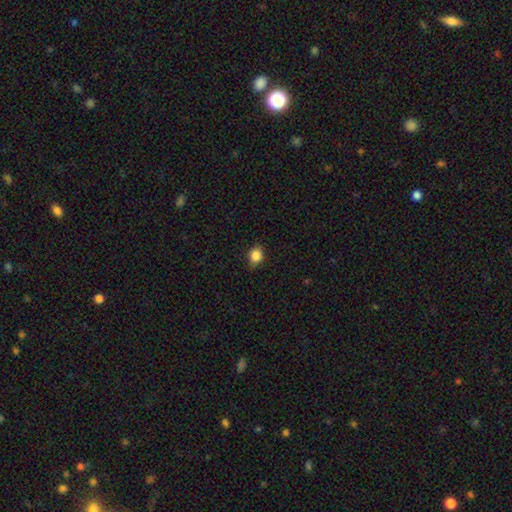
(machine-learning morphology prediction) smooth-or-featured: smooth: 85% | star or artifact: 10% | featured or disk: 5%
  how-rounded: round: 67% | in between: 31% | cigar-shaped: 1%
  merging: none: 80% | minor disturbance: 16% | major disturbance: 3% | merger: 1%